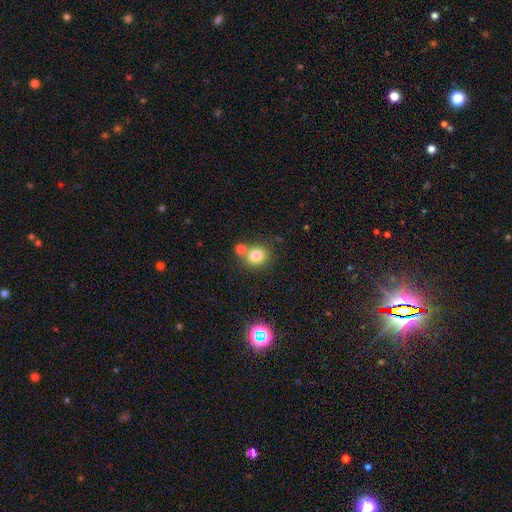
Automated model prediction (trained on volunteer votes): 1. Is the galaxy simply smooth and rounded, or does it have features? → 79% smooth, 12% star or artifact, 8% featured or disk.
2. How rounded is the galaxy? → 84% round, 15% in between, 1% cigar-shaped.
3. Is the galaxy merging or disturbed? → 60% none, 28% merger, 9% minor disturbance, 3% major disturbance.